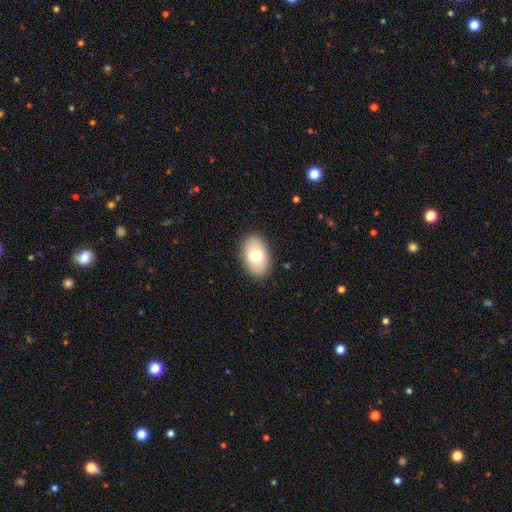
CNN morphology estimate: The model was most divided on "smooth or featured": smooth: 72%, featured or disk: 21%, star or artifact: 7%. More confident: how rounded — in between (89%); merging — none (88%).